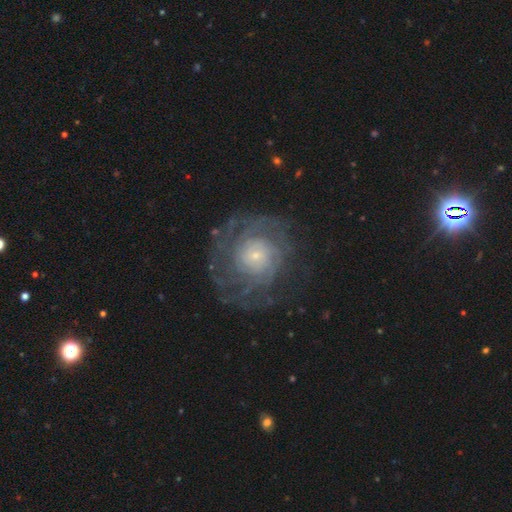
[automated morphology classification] Smooth or featured?
  - featured or disk: 79% *
  - smooth: 14%
  - star or artifact: 8%
Edge-on disk?
  - no: 97% *
  - yes: 3%
Bar?
  - no: 78% *
  - weak: 18%
  - strong: 4%
Spiral arms?
  - yes: 90% *
  - no: 10%
Spiral winding?
  - tight: 67% *
  - medium: 24%
  - loose: 9%
Spiral arm count?
  - can't tell: 44% *
  - 2: 14%
  - 4: 14%
  - 3: 12%
  - more than 4: 10%
  - 1: 6%
Bulge size?
  - small: 72% *
  - moderate: 19%
  - large: 5%
  - none: 3%
  - dominant: 2%
Merging?
  - none: 70% *
  - minor disturbance: 15%
  - major disturbance: 13%
  - merger: 1%